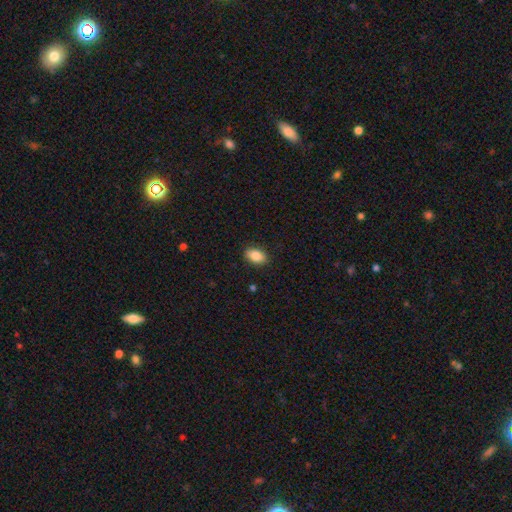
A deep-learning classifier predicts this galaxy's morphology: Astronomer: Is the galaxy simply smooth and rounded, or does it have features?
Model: smooth — 86%.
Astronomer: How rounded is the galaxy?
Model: in between — 89%.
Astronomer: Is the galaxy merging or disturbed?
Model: none — 88%.